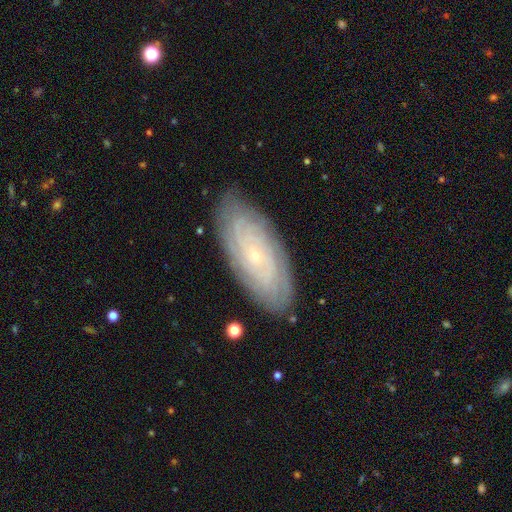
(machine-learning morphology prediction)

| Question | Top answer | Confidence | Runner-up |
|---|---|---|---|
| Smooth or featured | featured or disk | 78% | smooth (15%) |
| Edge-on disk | no | 92% | yes (8%) |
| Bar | no | 81% | weak (15%) |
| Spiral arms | yes | 93% | no (7%) |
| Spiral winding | tight | 82% | medium (14%) |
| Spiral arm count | can't tell | 49% | 4 (14%) |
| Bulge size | small | 88% | moderate (9%) |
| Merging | none | 84% | minor disturbance (13%) |